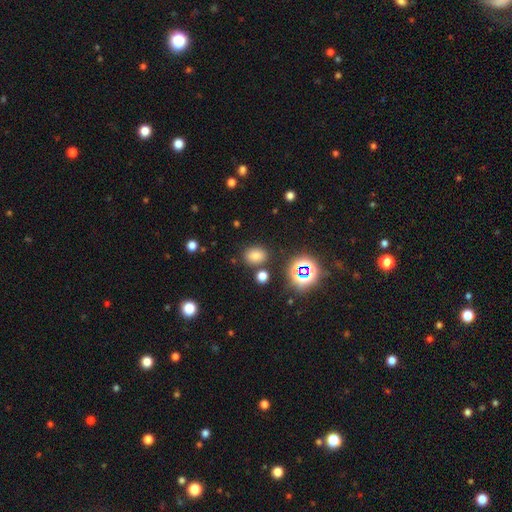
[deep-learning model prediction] Smooth or featured? Predicted: smooth (p=0.71). How rounded? Predicted: in between (p=0.60). Merging? Predicted: none (p=0.81).